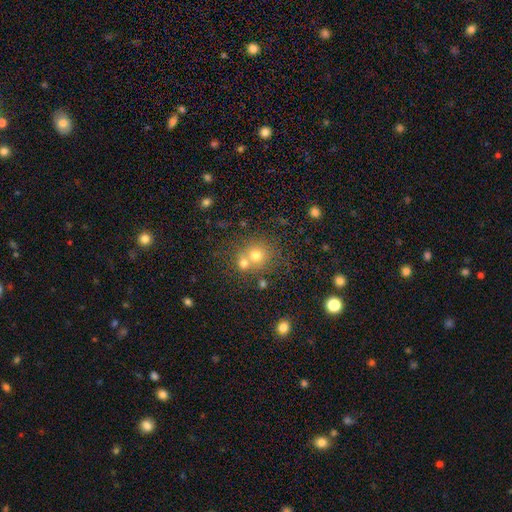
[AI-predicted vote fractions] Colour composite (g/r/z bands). It shows a smooth galaxy with no disk features (70%) that is round (87%). Merging: none (51%).